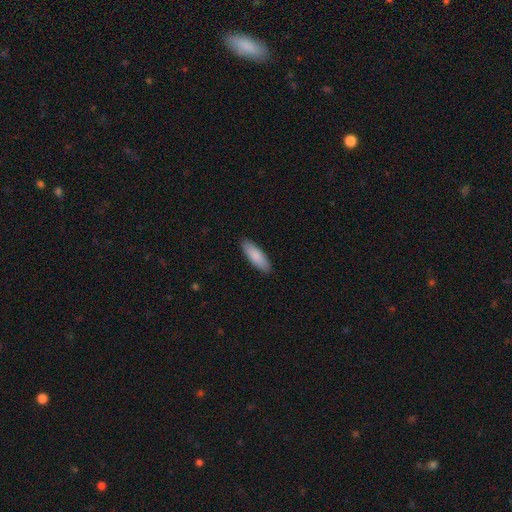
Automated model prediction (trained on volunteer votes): The model was most divided on "how rounded": in between: 55%, cigar-shaped: 43%, round: 2%. More confident: merging — none (90%); smooth or featured — smooth (87%).